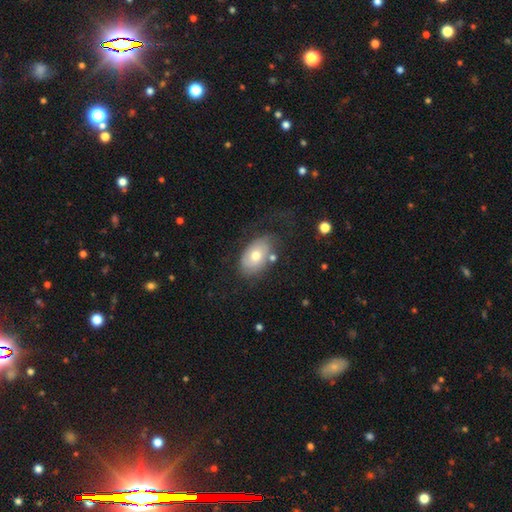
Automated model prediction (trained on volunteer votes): Q: Smooth or featured?
A: smooth (59%); runner-up: featured or disk (33%)
Q: How rounded?
A: in between (88%); runner-up: round (10%)
Q: Merging?
A: none (59%); runner-up: minor disturbance (22%)